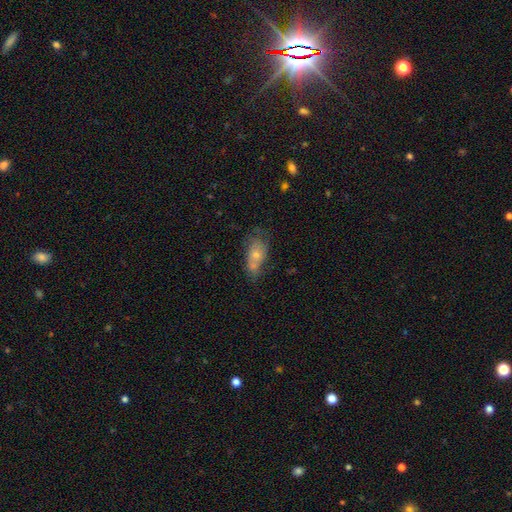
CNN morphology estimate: A smooth galaxy with no disk features (58%) that is in between round and cigar-shaped (81%).

Vote fractions:
- Smooth or featured? smooth: 58% / featured or disk: 32% / star or artifact: 10%
- How rounded? in between: 81% / round: 12% / cigar-shaped: 7%
- Merging? none: 36% / merger: 31% / minor disturbance: 21% / major disturbance: 12%